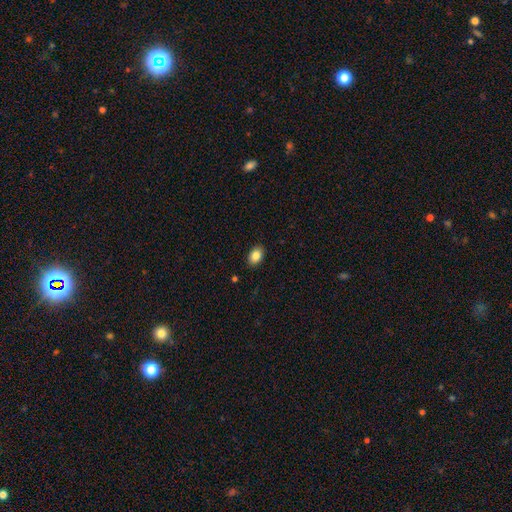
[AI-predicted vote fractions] Morphology: type=smooth (86%); roundness=in between (83%); merging=none (89%).